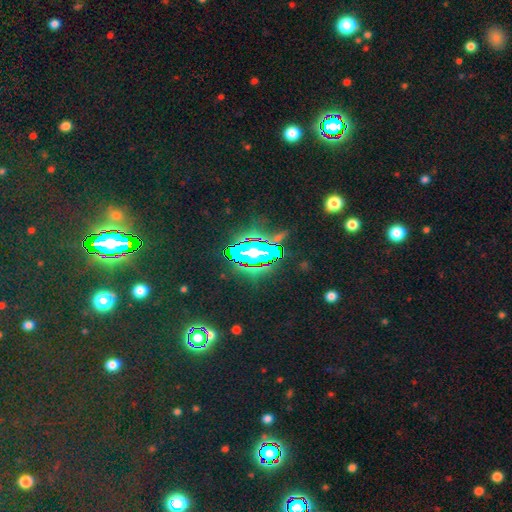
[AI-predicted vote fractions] Overall: star or artifact (83%).